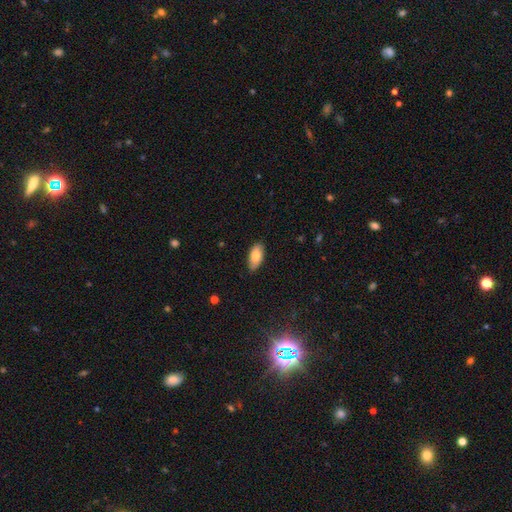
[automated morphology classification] Smooth or featured? smooth (79%)
How rounded? in between (92%)
Merging? none (84%)